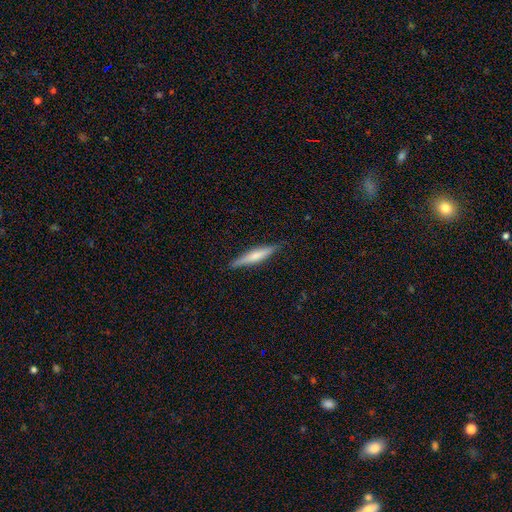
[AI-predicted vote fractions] A smooth galaxy with no disk features (52%) that is cigar-shaped (91%). Merging: none (87%).